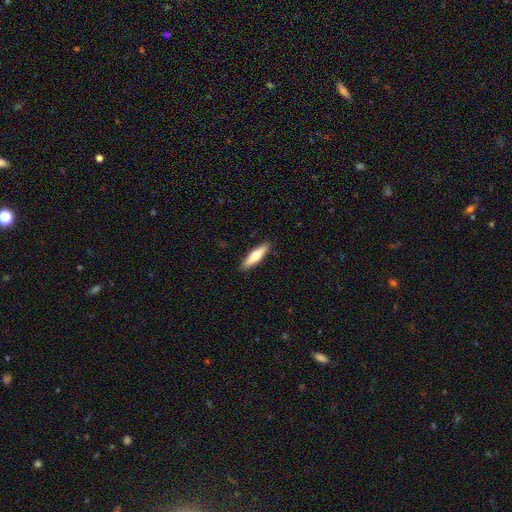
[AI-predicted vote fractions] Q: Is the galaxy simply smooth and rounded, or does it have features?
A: smooth — 57%.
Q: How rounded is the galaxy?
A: cigar-shaped — 71%.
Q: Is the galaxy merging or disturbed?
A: none — 91%.